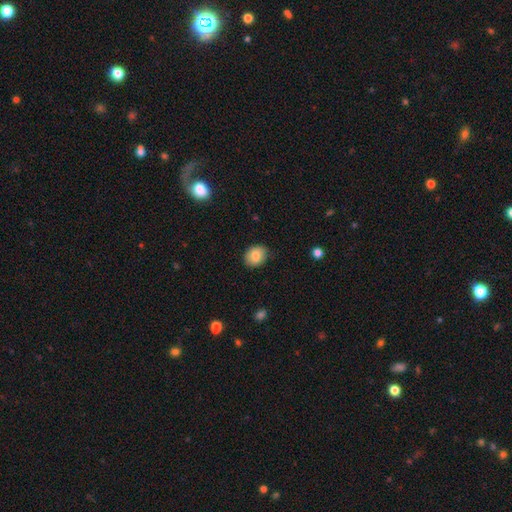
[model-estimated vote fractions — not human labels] This is clearly a smooth galaxy (84%). How rounded: possibly round (57%). Merging: likely none (79%).